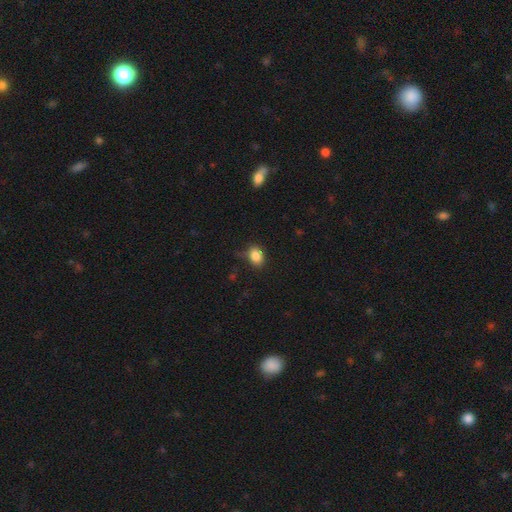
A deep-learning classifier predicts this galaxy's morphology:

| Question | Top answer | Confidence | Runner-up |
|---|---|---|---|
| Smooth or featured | smooth | 85% | star or artifact (9%) |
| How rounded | in between | 67% | round (32%) |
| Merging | none | 77% | minor disturbance (18%) |